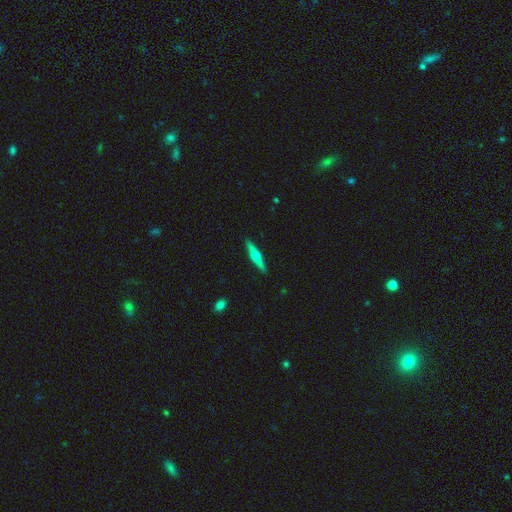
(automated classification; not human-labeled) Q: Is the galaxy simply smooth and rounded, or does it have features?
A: featured or disk — 62%.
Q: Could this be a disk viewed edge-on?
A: yes — 98%.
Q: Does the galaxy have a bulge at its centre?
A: rounded — 90%.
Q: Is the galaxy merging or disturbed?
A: none — 91%.